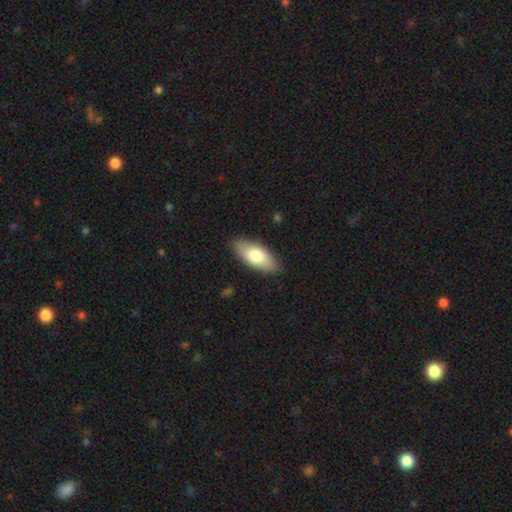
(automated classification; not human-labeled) The model was most divided on "smooth or featured": smooth: 77%, featured or disk: 17%, star or artifact: 5%. More confident: merging — none (86%); how rounded — in between (83%).